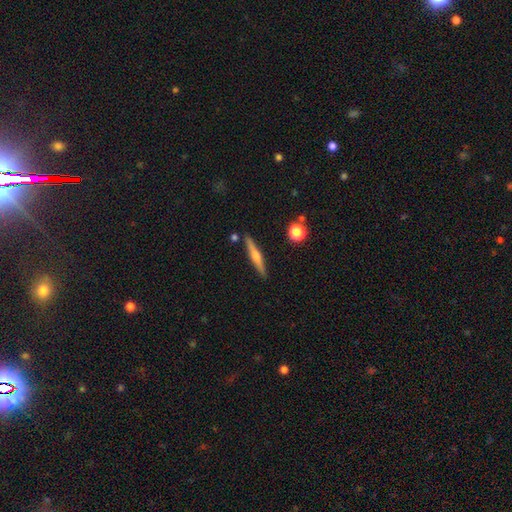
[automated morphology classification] The model was most divided on "smooth or featured": featured or disk: 59%, smooth: 34%, star or artifact: 7%. More confident: edge-on disk — yes (97%); merging — none (89%); edge-on bulge — rounded (82%).